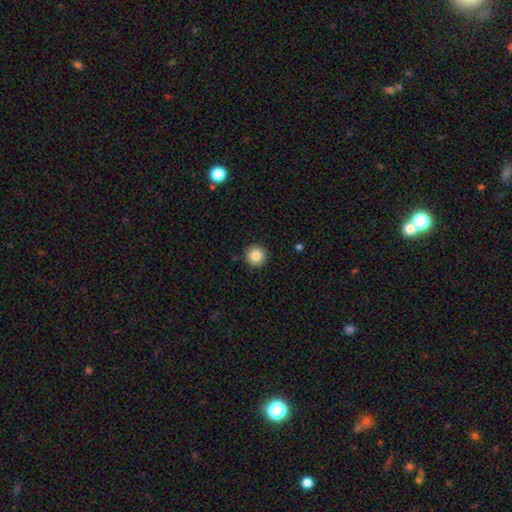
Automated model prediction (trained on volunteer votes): Smooth or featured?
  - smooth: 85% *
  - star or artifact: 9%
  - featured or disk: 6%
How rounded?
  - round: 96% *
  - in between: 3%
  - cigar-shaped: 1%
Merging?
  - none: 92% *
  - minor disturbance: 5%
  - major disturbance: 2%
  - merger: 1%